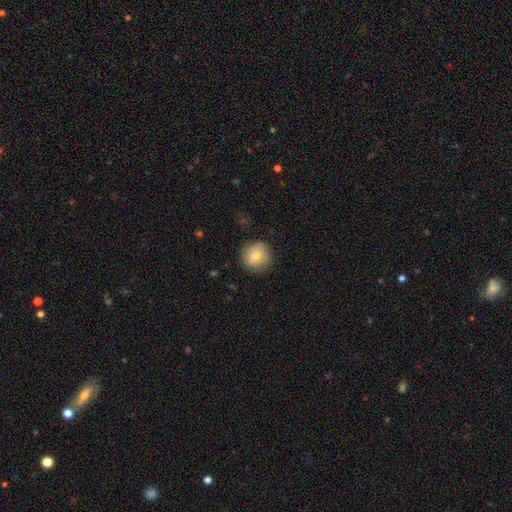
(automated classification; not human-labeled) smooth 71%, featured or disk 21%, star or artifact 7%. Down the decision tree: how rounded — round (90%); merging — none (79%).